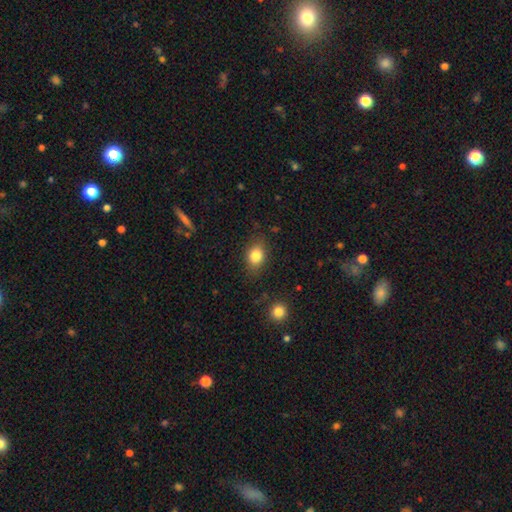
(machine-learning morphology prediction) A smooth galaxy with no disk features (82%) that is in between round and cigar-shaped (68%). Merging: none (81%).